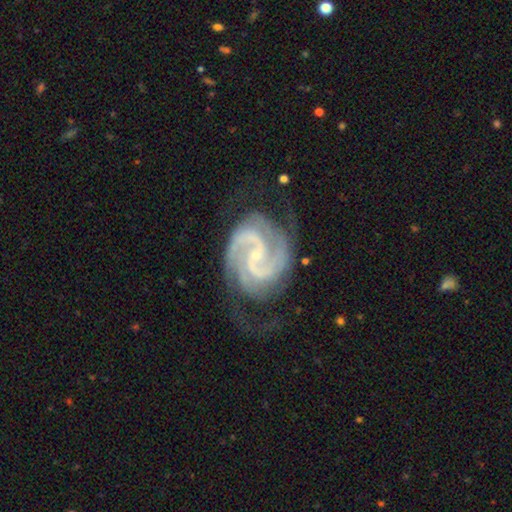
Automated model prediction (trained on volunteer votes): A featured or disk galaxy (94%) with a weak bar (43%), 2 (88%) medium (56%) spiral arms (99%) and a small central bulge (78%).

Vote fractions:
- Smooth or featured? featured or disk: 94% / star or artifact: 4% / smooth: 2%
- Edge-on disk? no: 98% / yes: 2%
- Bar? weak: 43% / no: 36% / strong: 22%
- Spiral arms? yes: 99% / no: 1%
- Spiral winding? medium: 56% / tight: 34% / loose: 10%
- Spiral arm count? 2: 88% / 3: 5% / can't tell: 2% / 4: 2% / 1: 2% / more than 4: 2%
- Bulge size? small: 78% / moderate: 14% / none: 7% / large: 1% / dominant: 1%
- Merging? none: 66% / minor disturbance: 21% / major disturbance: 11% / merger: 2%